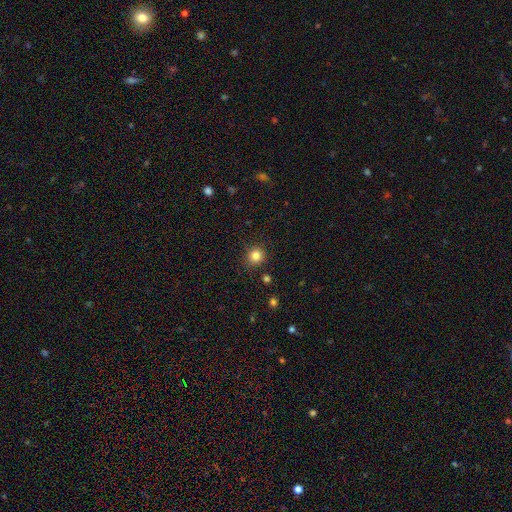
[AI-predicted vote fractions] This appears to be a smooth galaxy with no disk features (83%) that is round (91%). Merging: none (89%).